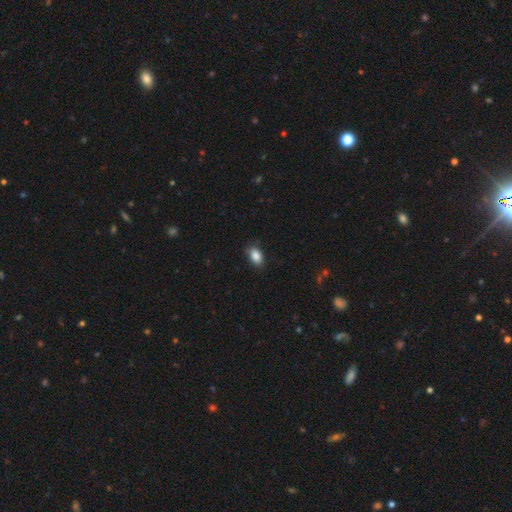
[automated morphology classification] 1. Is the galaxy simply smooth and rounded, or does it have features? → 87% smooth, 8% star or artifact, 5% featured or disk.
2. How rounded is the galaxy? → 87% in between, 11% round, 2% cigar-shaped.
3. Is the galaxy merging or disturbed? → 82% none, 14% minor disturbance, 3% major disturbance, 1% merger.